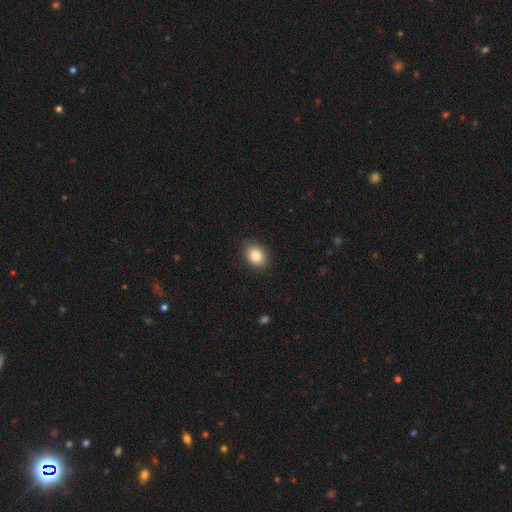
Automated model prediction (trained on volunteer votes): Morphology: type=smooth (86%); roundness=in between (59%); merging=none (87%).